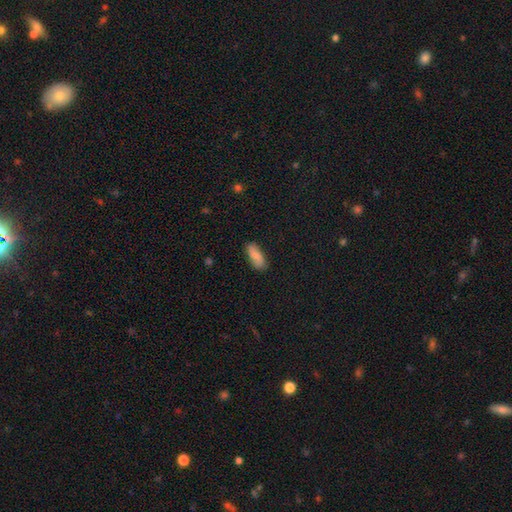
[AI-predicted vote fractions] A smooth galaxy with no disk features (78%) that is in between round and cigar-shaped (77%). Merging: none (81%).